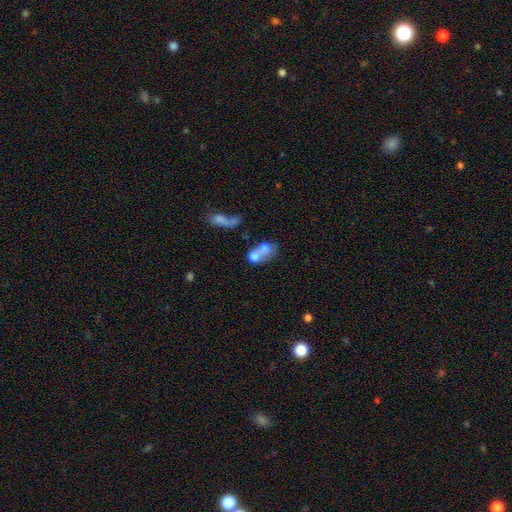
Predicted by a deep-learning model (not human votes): Smooth or featured? smooth (62%)
How rounded? in between (66%)
Merging? merger (66%)